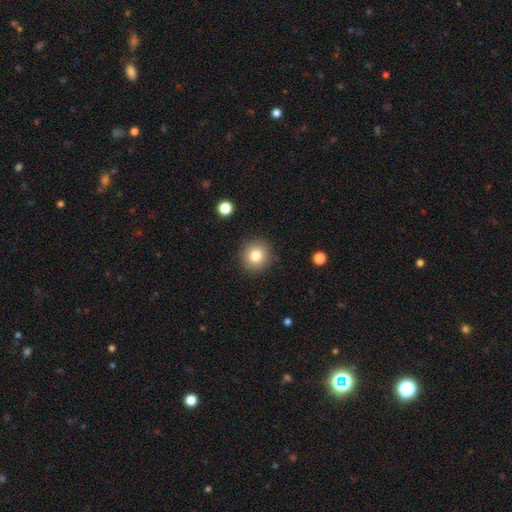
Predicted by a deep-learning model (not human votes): Smooth or featured: smooth — 81% (star or artifact — 11%)
How rounded: round — 92% (in between — 7%)
Merging: none — 90% (minor disturbance — 6%)